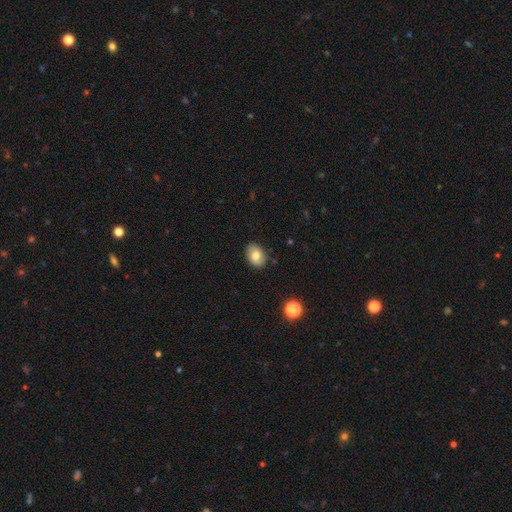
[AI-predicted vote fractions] A smooth galaxy with no disk features (76%) that is in between round and cigar-shaped (75%). Merging: none (84%).